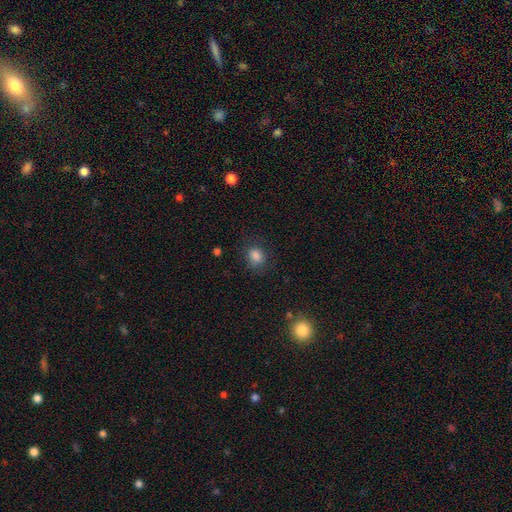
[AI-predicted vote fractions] smooth 83%, star or artifact 12%, featured or disk 5%. Down the decision tree: how rounded — round (52%); merging — none (76%).